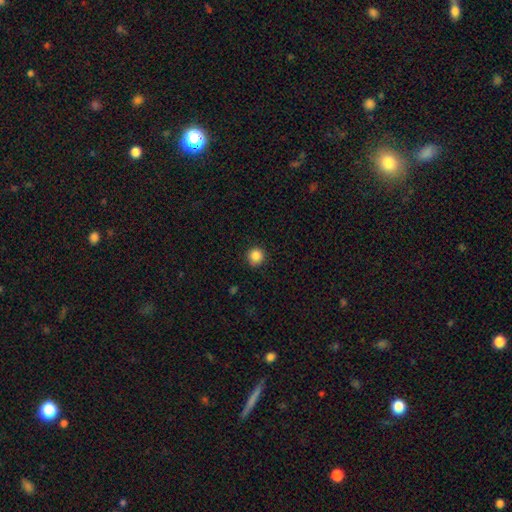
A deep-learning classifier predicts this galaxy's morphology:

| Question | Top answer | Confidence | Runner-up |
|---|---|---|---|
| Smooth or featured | smooth | 86% | star or artifact (10%) |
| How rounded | round | 93% | in between (6%) |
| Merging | none | 90% | minor disturbance (7%) |